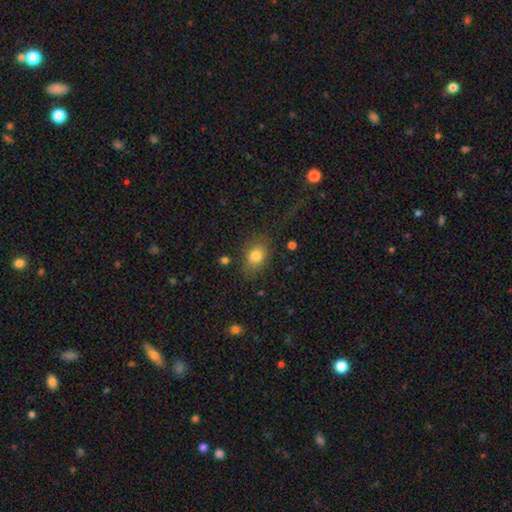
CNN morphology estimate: smooth-or-featured: smooth: 81% | star or artifact: 11% | featured or disk: 9%
  how-rounded: in between: 62% | round: 36% | cigar-shaped: 2%
  merging: none: 77% | minor disturbance: 14% | major disturbance: 6% | merger: 2%